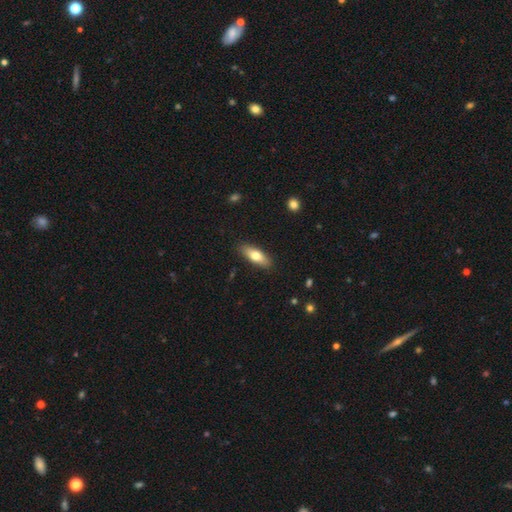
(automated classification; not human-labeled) A smooth galaxy with no disk features (70%) that is in between round and cigar-shaped (63%).

Vote fractions:
- Smooth or featured? smooth: 70% / featured or disk: 24% / star or artifact: 6%
- How rounded? in between: 63% / cigar-shaped: 34% / round: 2%
- Merging? none: 88% / minor disturbance: 9% / major disturbance: 2% / merger: 1%